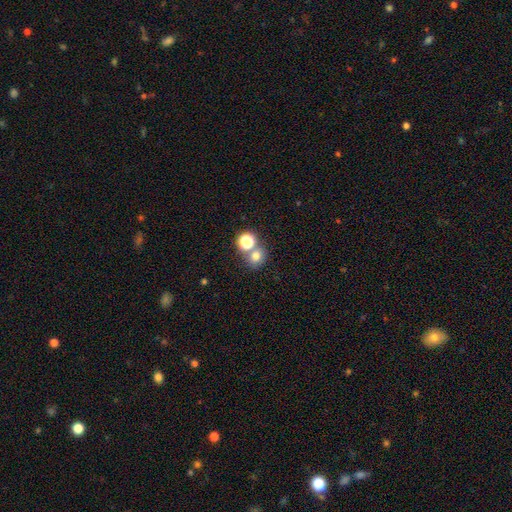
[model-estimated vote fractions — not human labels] A smooth galaxy with no disk features (73%) that is round (78%).

Vote fractions:
- Smooth or featured? smooth: 73% / star or artifact: 18% / featured or disk: 9%
- How rounded? round: 78% / in between: 21% / cigar-shaped: 1%
- Merging? none: 55% / merger: 34% / minor disturbance: 7% / major disturbance: 3%